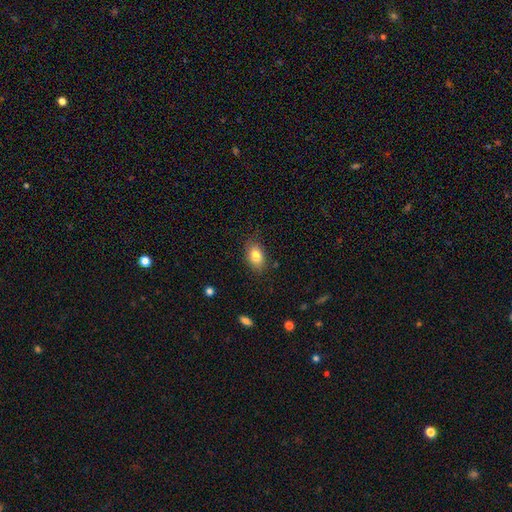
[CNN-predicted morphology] A smooth galaxy with no disk features (81%) that is in between round and cigar-shaped (87%). Merging: none (82%).